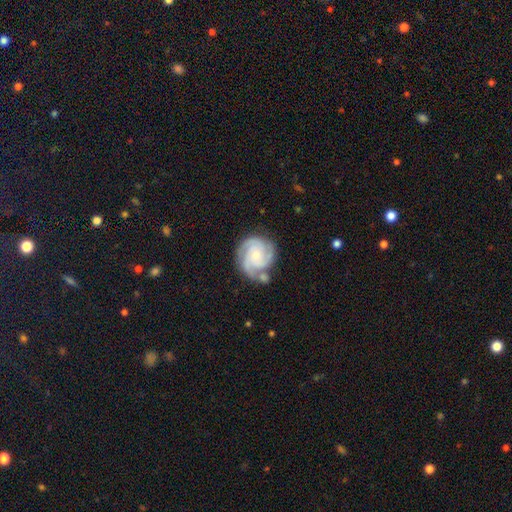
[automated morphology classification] A featured or disk galaxy (85%) with no bar (72%), 3 (63%) tight (61%) spiral arms (98%) and a small central bulge (63%).

Vote fractions:
- Smooth or featured? featured or disk: 85% / smooth: 10% / star or artifact: 5%
- Edge-on disk? no: 98% / yes: 2%
- Bar? no: 72% / weak: 23% / strong: 5%
- Spiral arms? yes: 98% / no: 2%
- Spiral winding? tight: 61% / medium: 34% / loose: 5%
- Spiral arm count? 3: 63% / 4: 15% / 2: 10% / can't tell: 7% / 1: 3% / more than 4: 3%
- Bulge size? small: 63% / moderate: 32% / none: 2% / large: 2% / dominant: 1%
- Merging? none: 65% / minor disturbance: 19% / merger: 10% / major disturbance: 6%